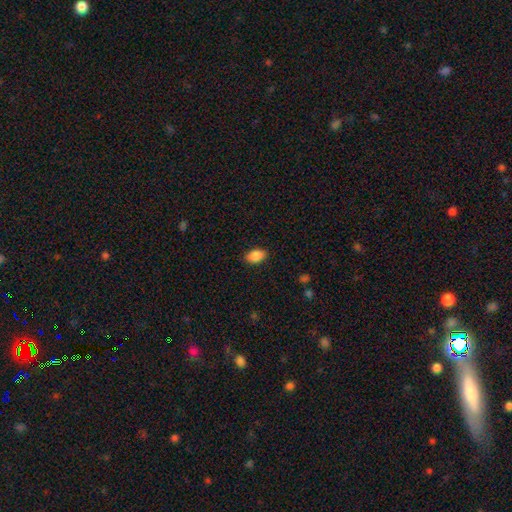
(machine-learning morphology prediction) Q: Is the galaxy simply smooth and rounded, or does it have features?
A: smooth — 89%.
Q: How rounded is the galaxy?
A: in between — 91%.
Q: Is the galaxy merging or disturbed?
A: none — 88%.